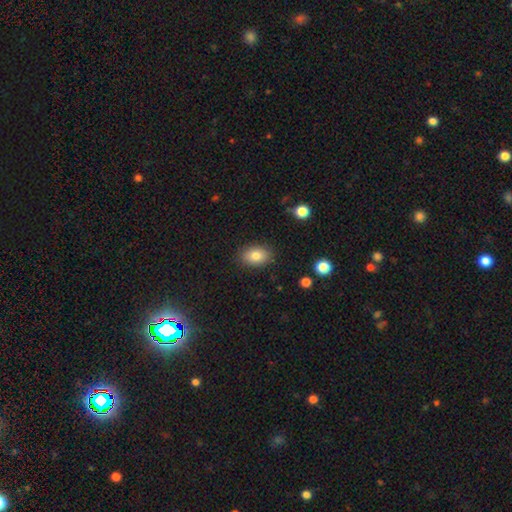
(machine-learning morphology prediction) This is clearly a smooth galaxy (82%). How rounded: clearly in between (81%). Merging: clearly none (87%).